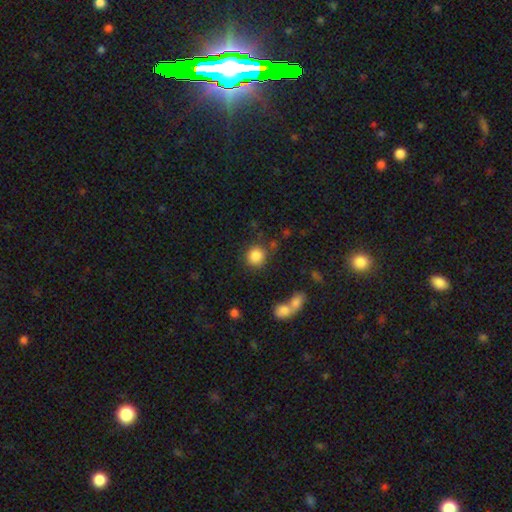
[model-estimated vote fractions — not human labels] This appears to be a smooth galaxy with no disk features (86%) that is round (87%). Merging: none (81%).